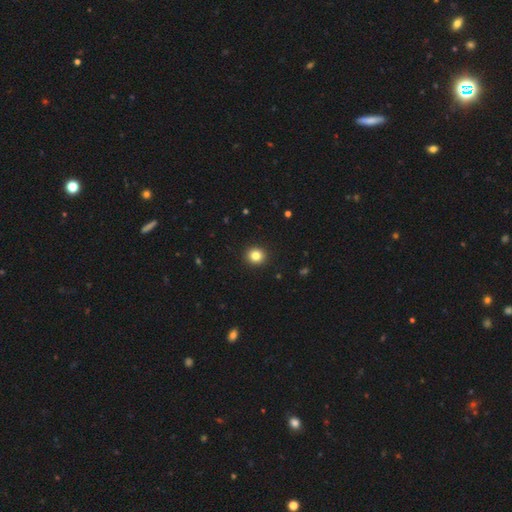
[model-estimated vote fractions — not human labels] This is clearly a smooth galaxy (83%). How rounded: clearly round (88%). Merging: clearly none (93%).